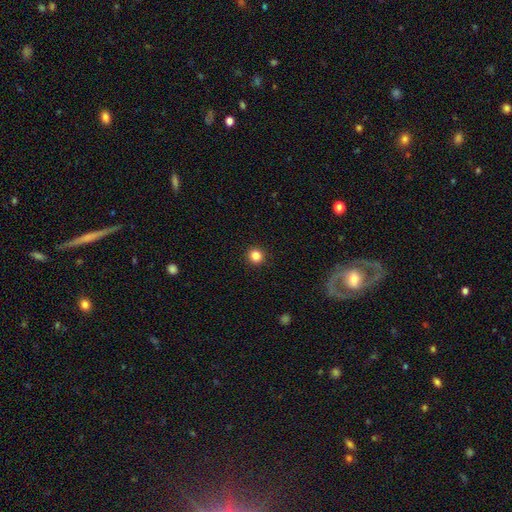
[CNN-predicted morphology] Smooth or featured? Predicted: smooth (p=0.85). How rounded? Predicted: round (p=0.93). Merging? Predicted: none (p=0.93).